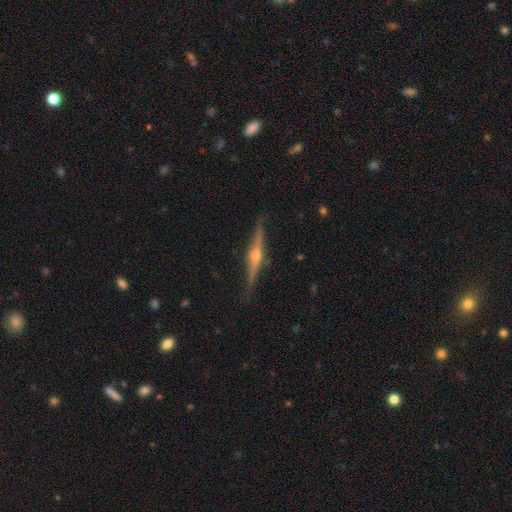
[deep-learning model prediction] Overall: featured or disk (87%). Edge-on disk: yes (98%). Edge-on bulge: rounded (93%). Merging: none (90%).